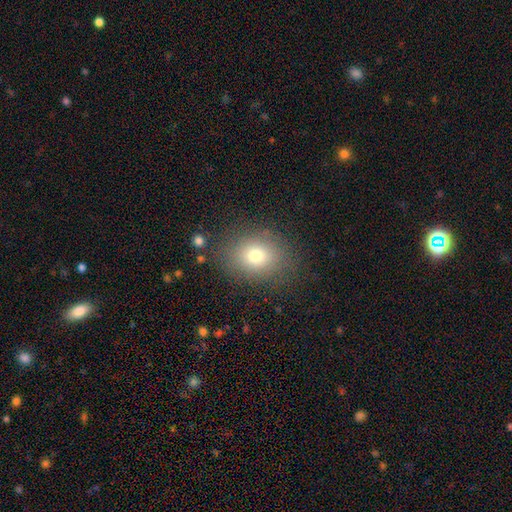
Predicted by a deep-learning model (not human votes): Smooth or featured? smooth (75%)
How rounded? in between (50%)
Merging? none (81%)